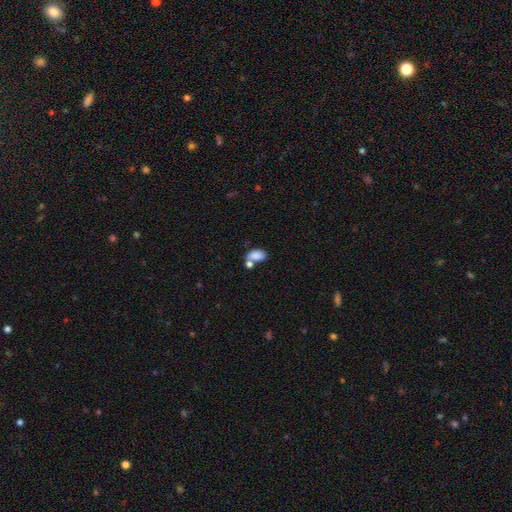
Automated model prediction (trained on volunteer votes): This appears to be a smooth galaxy with no disk features (83%) that is in between round and cigar-shaped (91%). Merging: merger (41%).